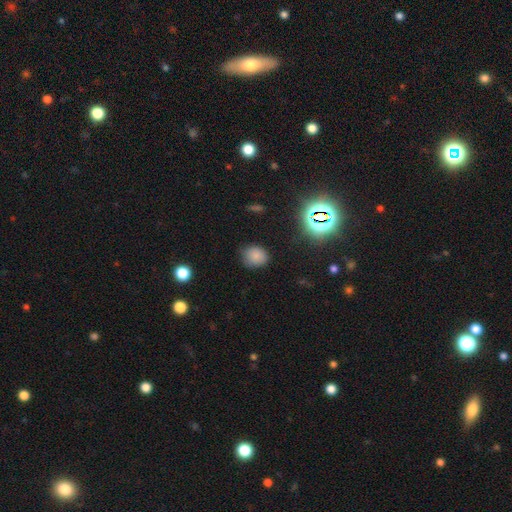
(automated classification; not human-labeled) Q: Smooth or featured?
A: smooth (79%); runner-up: star or artifact (15%)
Q: How rounded?
A: round (66%); runner-up: in between (33%)
Q: Merging?
A: none (77%); runner-up: minor disturbance (18%)